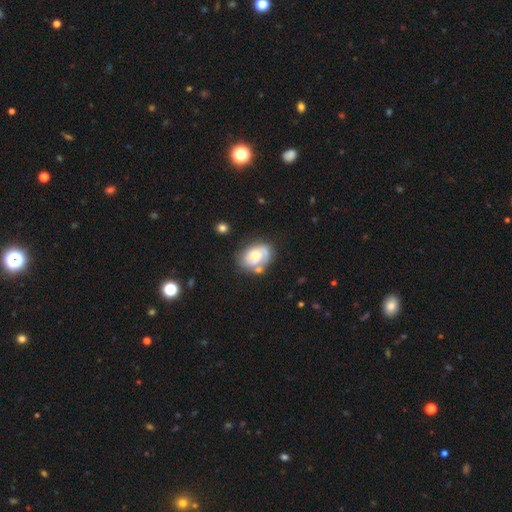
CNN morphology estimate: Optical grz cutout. It shows a featured or disk galaxy (52%). Merging: none (55%).